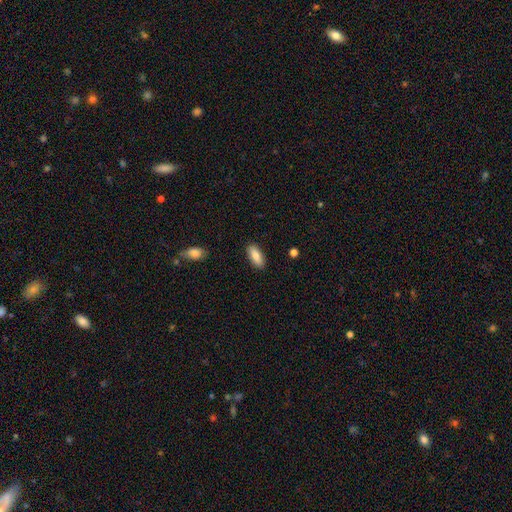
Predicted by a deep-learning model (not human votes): This is clearly a smooth galaxy (85%). How rounded: likely in between (79%). Merging: clearly none (88%).